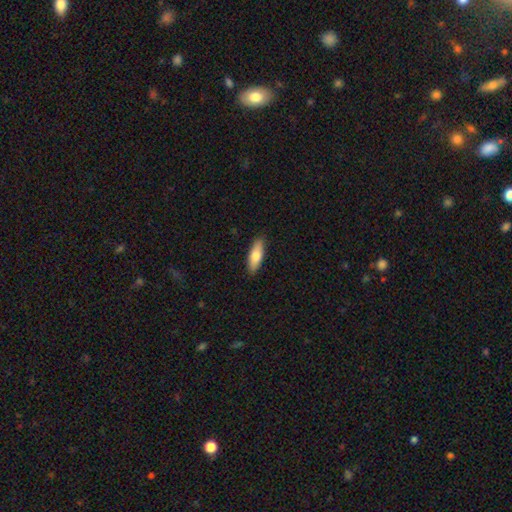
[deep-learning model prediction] Smooth or featured?
  - smooth: 72% *
  - featured or disk: 22%
  - star or artifact: 6%
How rounded?
  - in between: 61% *
  - cigar-shaped: 37%
  - round: 2%
Merging?
  - none: 89% *
  - minor disturbance: 8%
  - major disturbance: 2%
  - merger: 1%